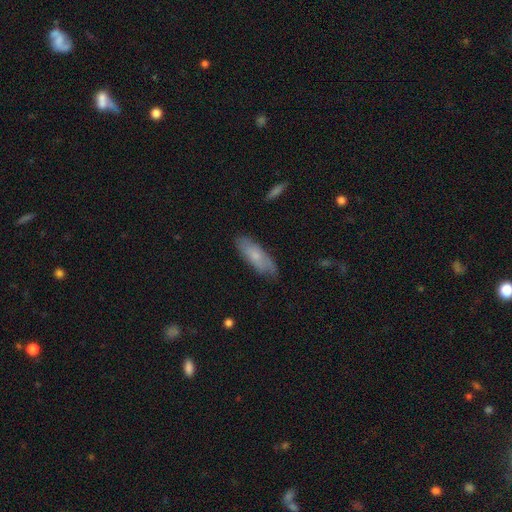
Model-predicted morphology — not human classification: Smooth or featured?
  - smooth: 63% *
  - featured or disk: 30%
  - star or artifact: 6%
How rounded?
  - in between: 60% *
  - cigar-shaped: 37%
  - round: 2%
Merging?
  - none: 75% *
  - minor disturbance: 20%
  - major disturbance: 4%
  - merger: 1%